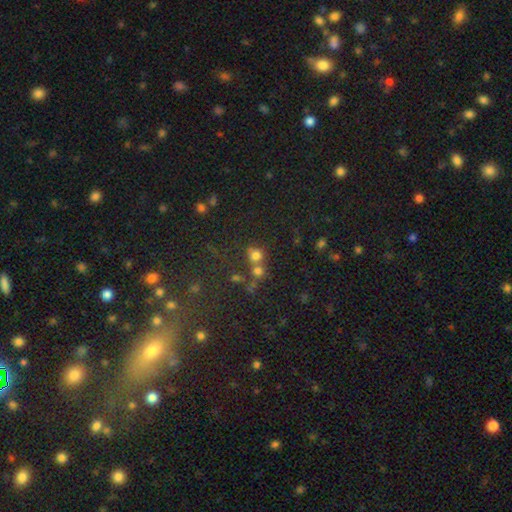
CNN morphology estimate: smooth 69%, star or artifact 22%, featured or disk 9%. Down the decision tree: how rounded — round (85%); merging — none (53%).